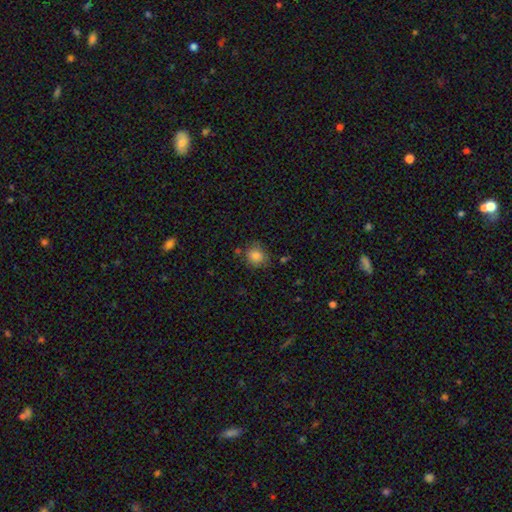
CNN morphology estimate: A smooth galaxy with no disk features (84%) that is round (81%).

Vote fractions:
- Smooth or featured? smooth: 84% / star or artifact: 10% / featured or disk: 6%
- How rounded? round: 81% / in between: 18% / cigar-shaped: 1%
- Merging? none: 75% / minor disturbance: 17% / merger: 4% / major disturbance: 4%